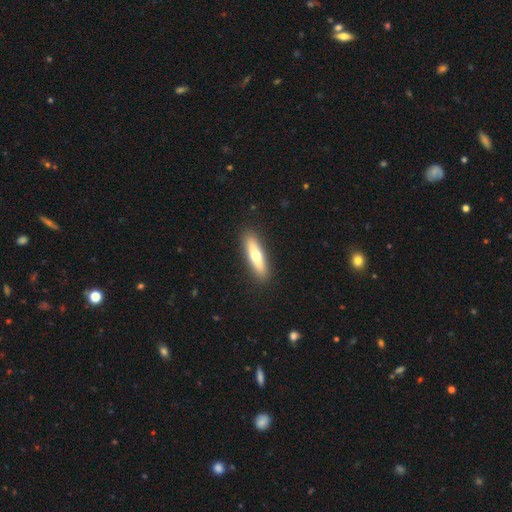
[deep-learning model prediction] This appears to be a smooth galaxy with no disk features (60%) that is cigar-shaped (72%). Merging: none (90%).